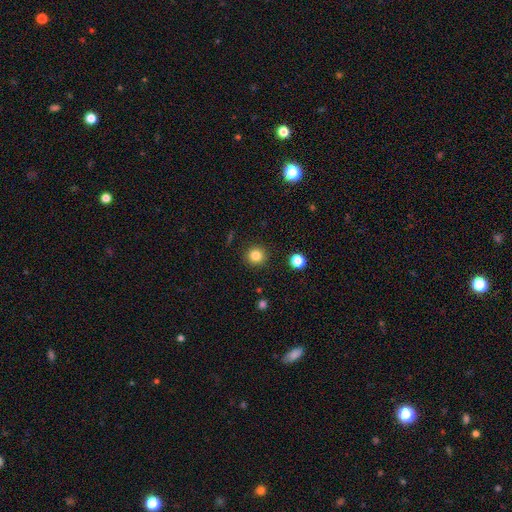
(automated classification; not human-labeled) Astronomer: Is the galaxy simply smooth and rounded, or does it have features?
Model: smooth — 84%.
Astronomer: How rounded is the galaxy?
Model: round — 93%.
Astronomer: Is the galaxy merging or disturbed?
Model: none — 91%.